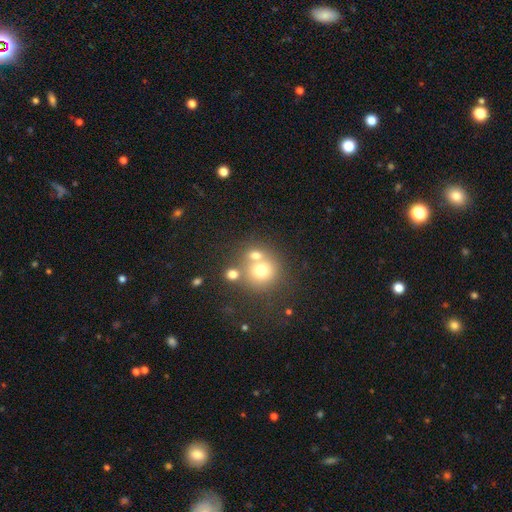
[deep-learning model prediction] Smooth or featured? Predicted: smooth (p=0.70). How rounded? Predicted: round (p=0.84). Merging? Predicted: none (p=0.47).